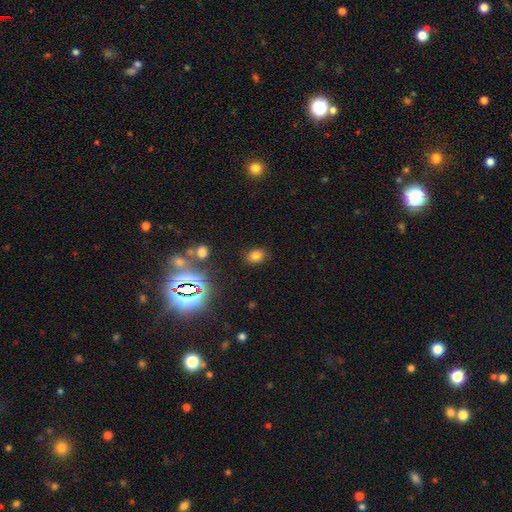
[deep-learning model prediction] Smooth or featured: smooth — 75% (star or artifact — 18%)
How rounded: in between — 54% (round — 45%)
Merging: none — 83% (minor disturbance — 11%)